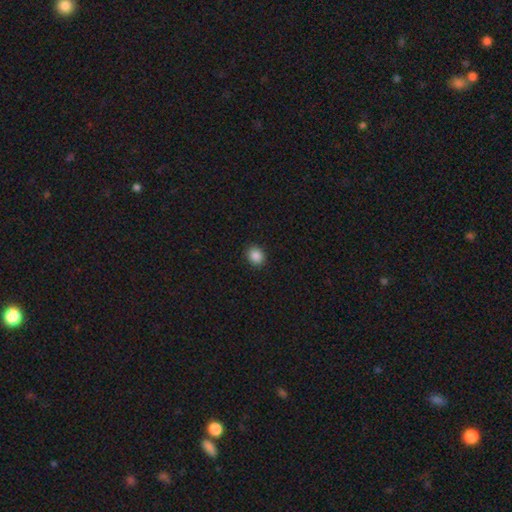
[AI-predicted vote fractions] A smooth galaxy with no disk features (87%) that is round (72%). Merging: none (91%).